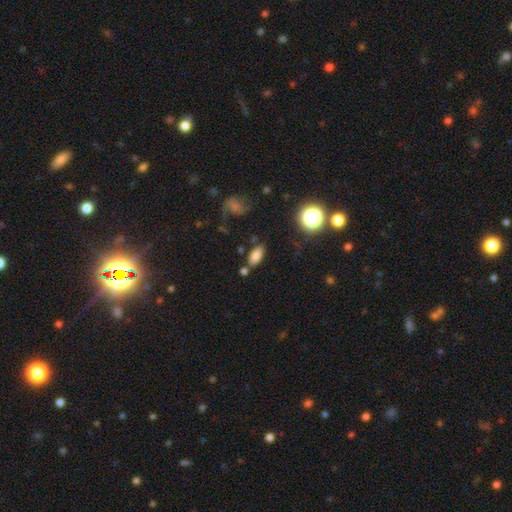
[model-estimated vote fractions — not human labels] Smooth or featured?
  - smooth: 78% *
  - star or artifact: 13%
  - featured or disk: 9%
How rounded?
  - in between: 82% *
  - cigar-shaped: 13%
  - round: 5%
Merging?
  - none: 75% *
  - minor disturbance: 13%
  - merger: 9%
  - major disturbance: 4%